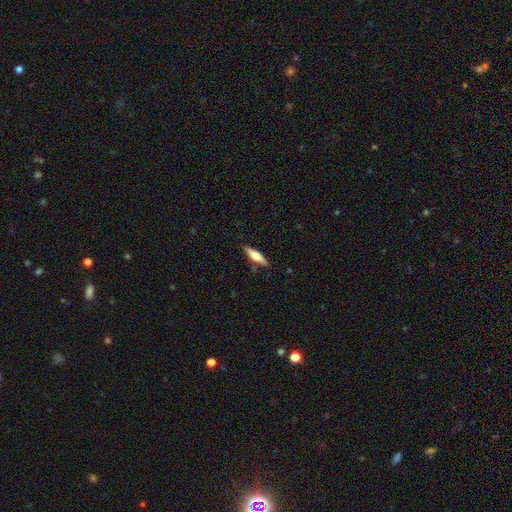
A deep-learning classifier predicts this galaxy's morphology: Smooth or featured?
  - smooth: 59% *
  - featured or disk: 35%
  - star or artifact: 6%
How rounded?
  - cigar-shaped: 65% *
  - in between: 33%
  - round: 2%
Merging?
  - none: 84% *
  - minor disturbance: 11%
  - merger: 3%
  - major disturbance: 2%